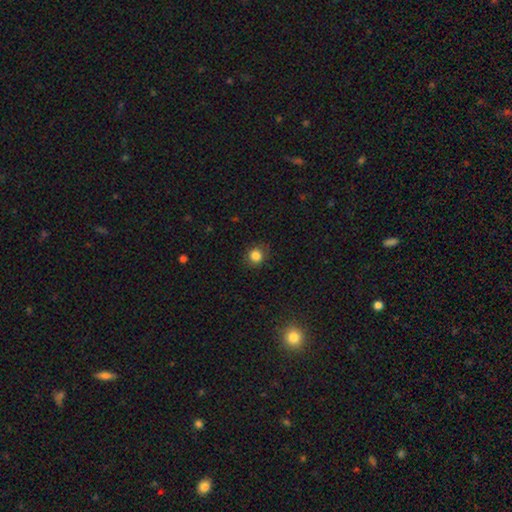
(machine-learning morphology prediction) Overall: smooth (84%). How rounded: round (86%). Merging: none (84%).